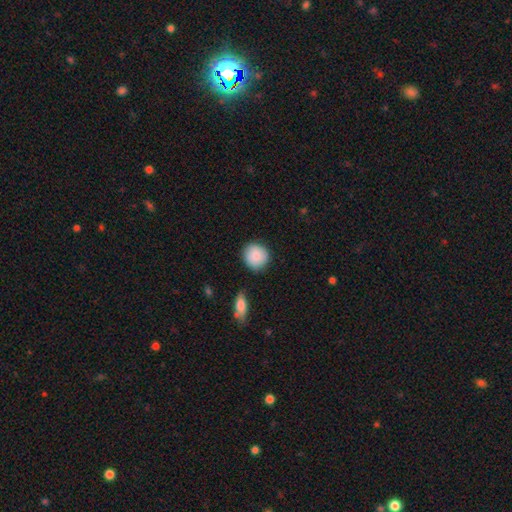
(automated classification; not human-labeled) The model was most divided on "merging": none: 85%, minor disturbance: 10%, merger: 2%, major disturbance: 2%. More confident: how rounded — round (90%); smooth or featured — smooth (86%).